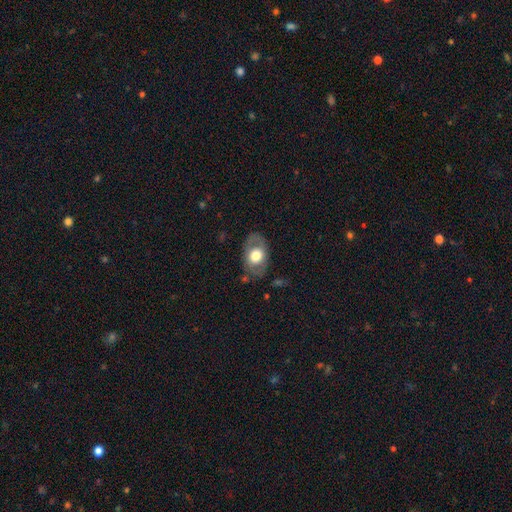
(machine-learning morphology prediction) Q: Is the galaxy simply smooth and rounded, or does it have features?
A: smooth — 55%.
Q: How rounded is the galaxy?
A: in between — 81%.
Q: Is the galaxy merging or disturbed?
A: none — 73%.